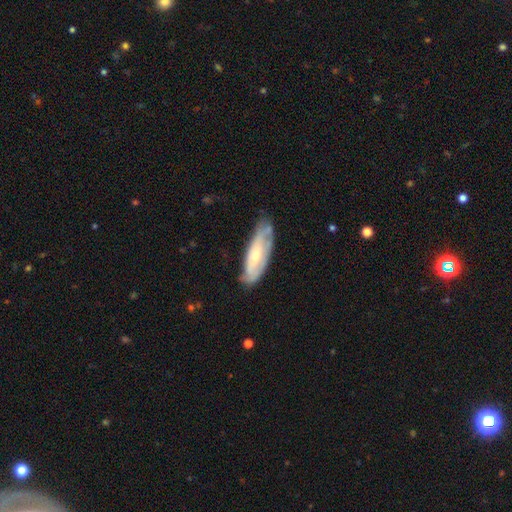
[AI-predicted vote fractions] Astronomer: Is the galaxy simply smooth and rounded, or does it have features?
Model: featured or disk — 57% (runner-up: smooth, 37%).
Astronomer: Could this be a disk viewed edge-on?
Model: no — 75%.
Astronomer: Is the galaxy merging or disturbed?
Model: none — 61%.